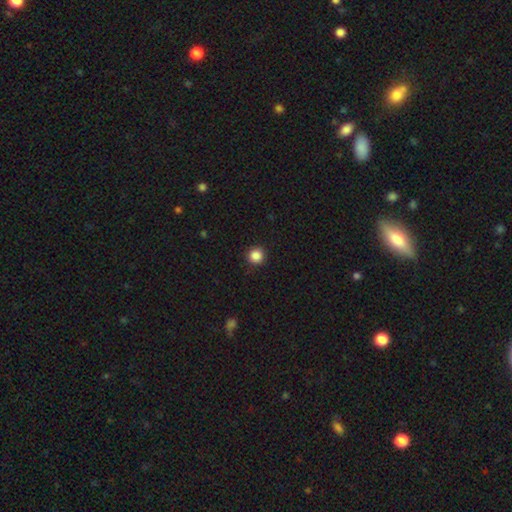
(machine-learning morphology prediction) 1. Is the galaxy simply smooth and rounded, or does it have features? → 86% smooth, 11% star or artifact, 3% featured or disk.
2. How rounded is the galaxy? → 95% round, 4% in between, 1% cigar-shaped.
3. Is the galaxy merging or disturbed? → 92% none, 6% minor disturbance, 2% major disturbance, 1% merger.